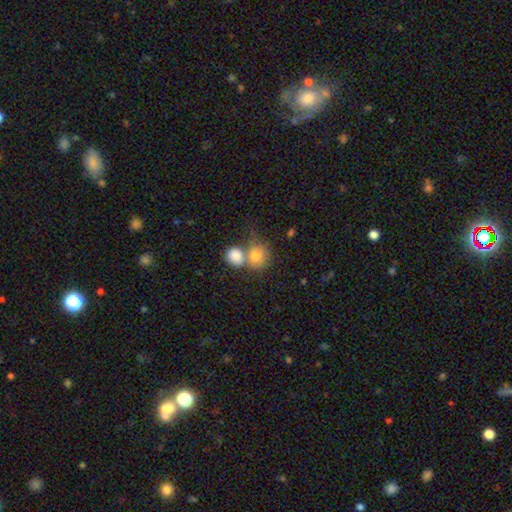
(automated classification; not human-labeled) This appears to be a smooth galaxy with no disk features (80%) that is round (76%). Merging: merger (57%).